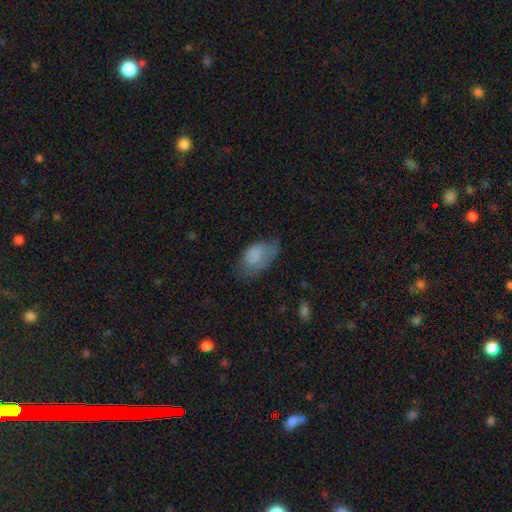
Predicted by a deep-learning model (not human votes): Smooth or featured?
  - smooth: 77% *
  - featured or disk: 15%
  - star or artifact: 8%
How rounded?
  - in between: 92% *
  - round: 6%
  - cigar-shaped: 2%
Merging?
  - none: 45% *
  - minor disturbance: 34%
  - major disturbance: 19%
  - merger: 2%